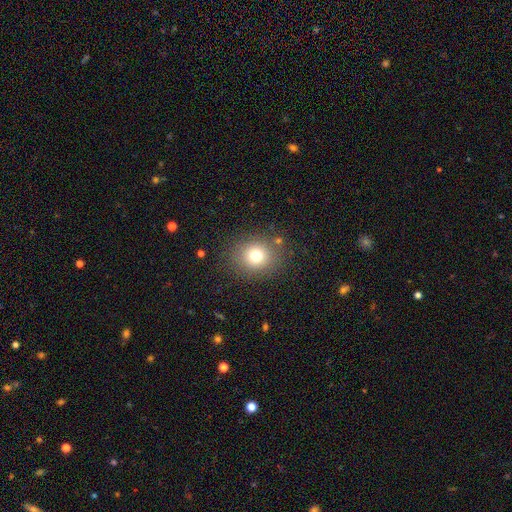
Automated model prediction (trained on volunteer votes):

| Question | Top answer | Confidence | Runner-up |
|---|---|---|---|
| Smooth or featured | smooth | 75% | star or artifact (15%) |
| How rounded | round | 77% | in between (22%) |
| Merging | none | 84% | minor disturbance (9%) |